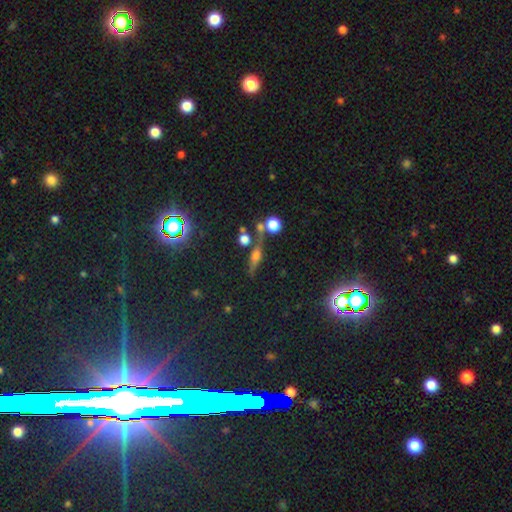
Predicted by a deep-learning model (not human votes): The model was most divided on "smooth or featured": featured or disk: 50%, smooth: 28%, star or artifact: 22%. More confident: merging — none (70%).